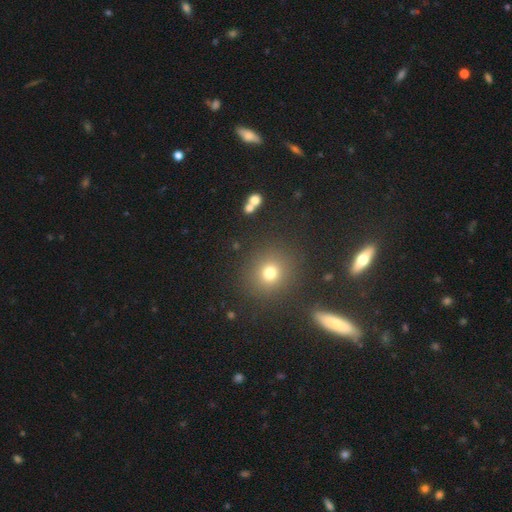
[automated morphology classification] Smooth or featured? smooth (53%)
How rounded? round (82%)
Merging? none (84%)